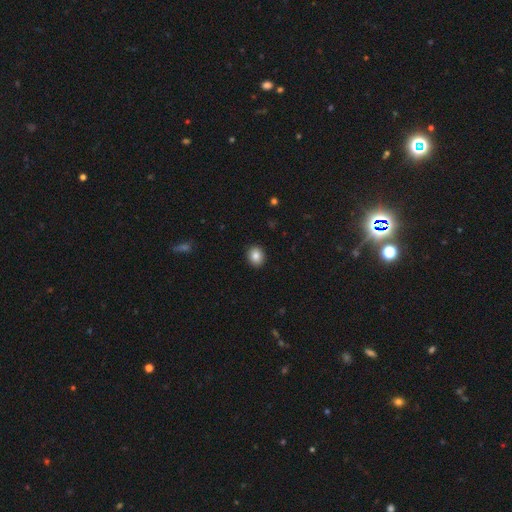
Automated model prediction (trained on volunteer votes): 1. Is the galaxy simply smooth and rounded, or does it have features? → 85% smooth, 9% star or artifact, 6% featured or disk.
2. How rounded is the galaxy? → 63% round, 36% in between, 1% cigar-shaped.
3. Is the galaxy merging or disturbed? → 91% none, 6% minor disturbance, 2% major disturbance, 1% merger.